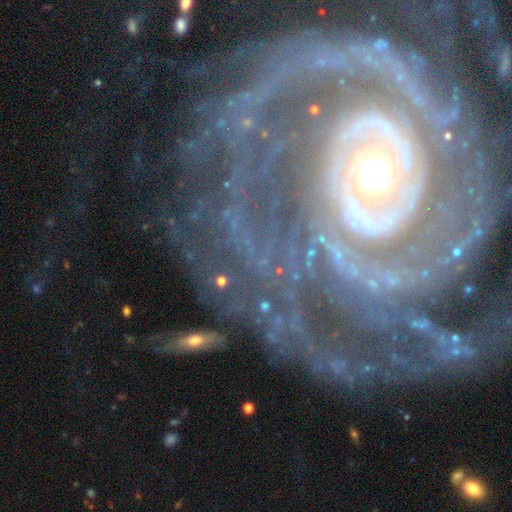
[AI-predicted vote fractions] Q: Smooth or featured?
A: featured or disk (89%); runner-up: star or artifact (6%)
Q: Edge-on disk?
A: no (96%); runner-up: yes (4%)
Q: Bar?
A: no (65%); runner-up: weak (20%)
Q: Spiral arms?
A: yes (93%); runner-up: no (7%)
Q: Spiral winding?
A: tight (78%); runner-up: medium (17%)
Q: Spiral arm count?
A: can't tell (27%); runner-up: 2 (19%)
Q: Bulge size?
A: moderate (57%); runner-up: small (29%)
Q: Merging?
A: none (73%); runner-up: minor disturbance (14%)